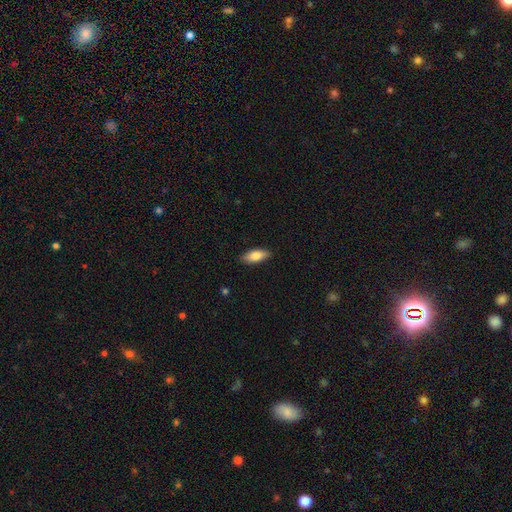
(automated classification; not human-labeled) Overall: smooth (81%). How rounded: in between (77%). Merging: none (87%).